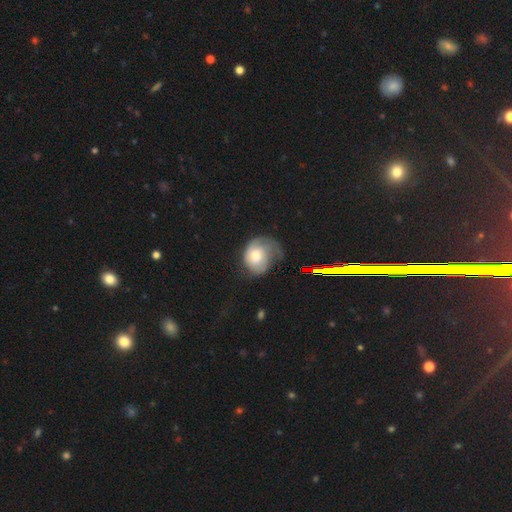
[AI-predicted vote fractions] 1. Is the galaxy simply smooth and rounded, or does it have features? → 46% featured or disk (tied), 46% smooth (tied), 8% star or artifact.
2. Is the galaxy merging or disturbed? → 38% major disturbance, 30% none, 30% minor disturbance, 3% merger.